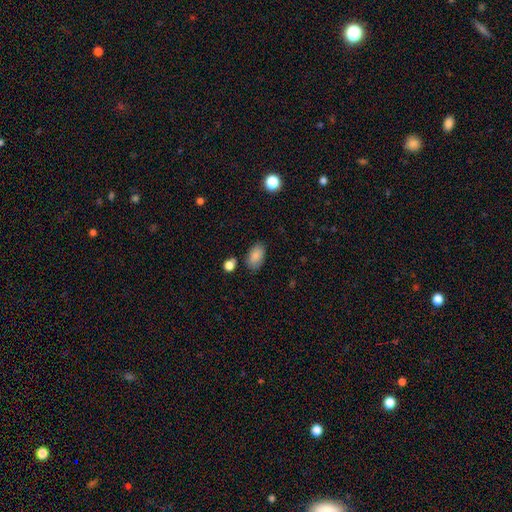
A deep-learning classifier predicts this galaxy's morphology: Overall: smooth (86%). How rounded: in between (92%). Merging: none (80%).